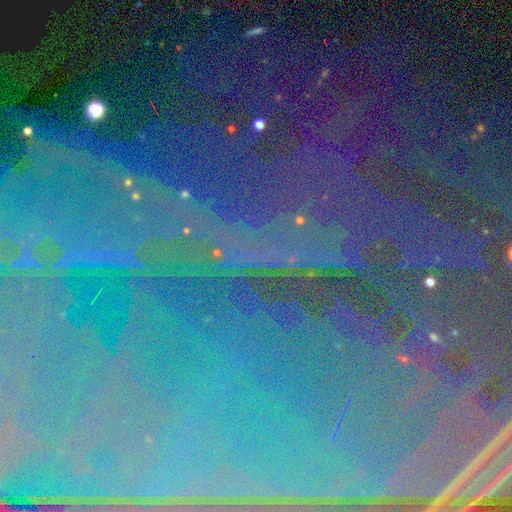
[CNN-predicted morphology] Smooth or featured? Predicted: star or artifact (p=0.87).